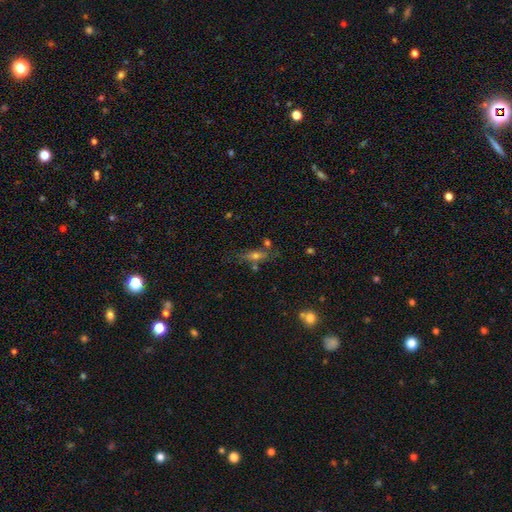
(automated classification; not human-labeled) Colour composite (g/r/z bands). It shows a smooth galaxy with no disk features (45%). Merging: none (62%).